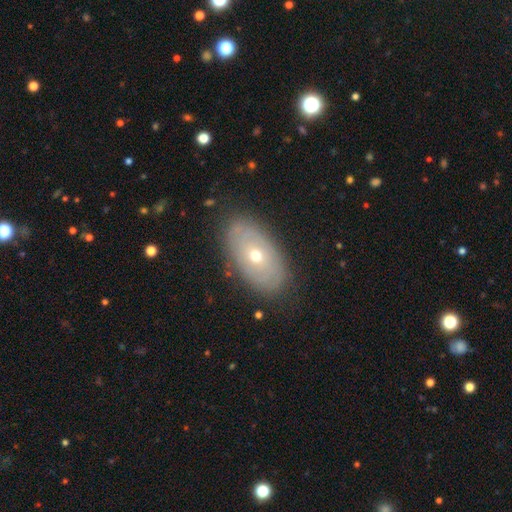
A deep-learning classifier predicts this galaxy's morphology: type=featured or disk (53%); edge-on=no (87%); merging=none (84%).